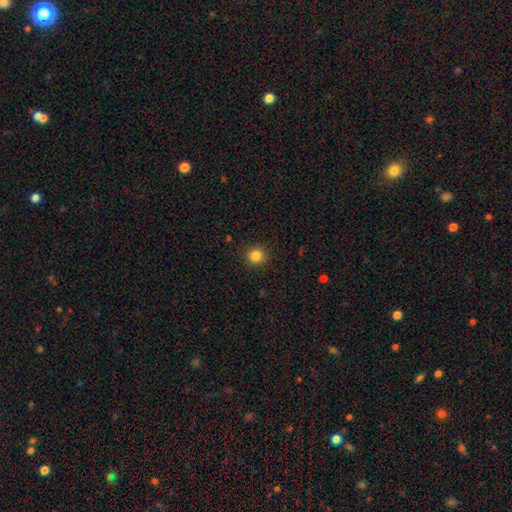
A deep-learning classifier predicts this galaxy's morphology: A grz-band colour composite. It shows a smooth galaxy with no disk features (84%) that is round (93%). Merging: none (91%).